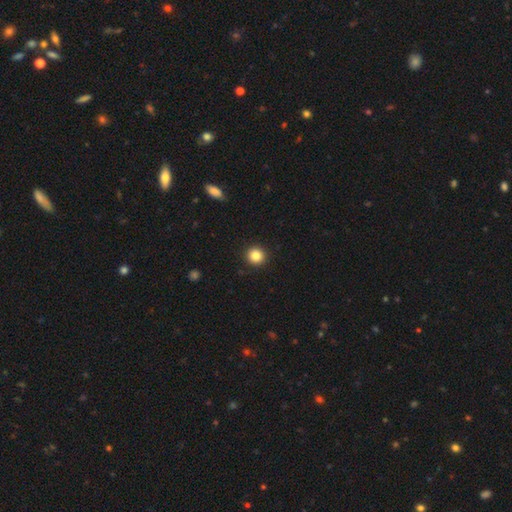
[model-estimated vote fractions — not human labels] A smooth galaxy with no disk features (84%) that is round (94%).

Vote fractions:
- Smooth or featured? smooth: 84% / star or artifact: 11% / featured or disk: 5%
- How rounded? round: 94% / in between: 5% / cigar-shaped: 1%
- Merging? none: 93% / minor disturbance: 5% / major disturbance: 2% / merger: 1%